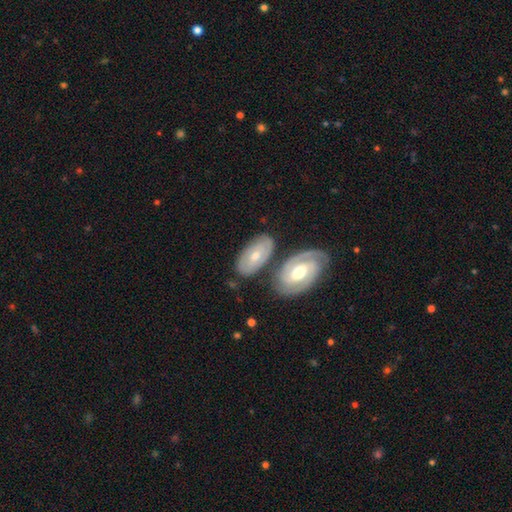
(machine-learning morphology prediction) smooth_or_featured: featured or disk (p=0.55) [alt: smooth p=0.40]
disk_edge_on: no (p=0.90) [alt: yes p=0.10]
merging: none (p=0.65) [alt: merger p=0.17]